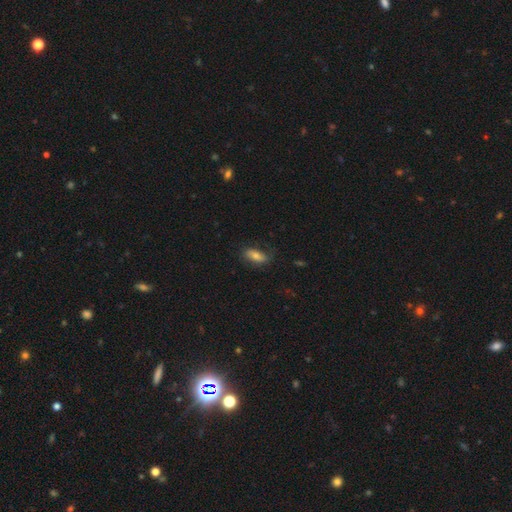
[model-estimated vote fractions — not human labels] The model was most divided on "smooth or featured": smooth: 69%, featured or disk: 22%, star or artifact: 8%. More confident: how rounded — in between (79%); merging — none (70%).